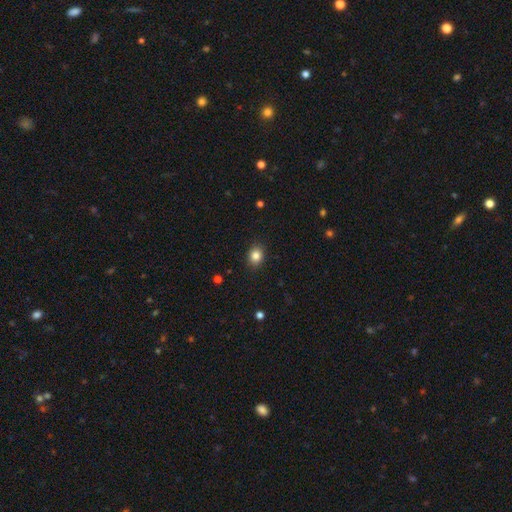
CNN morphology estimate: smooth 84%, star or artifact 10%, featured or disk 5%. Down the decision tree: how rounded — round (57%); merging — none (89%).